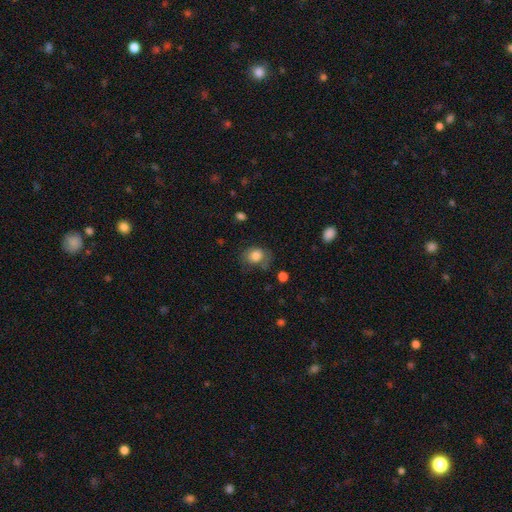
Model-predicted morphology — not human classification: smooth-or-featured: smooth: 78% | featured or disk: 13% | star or artifact: 9%
  how-rounded: round: 52% | in between: 47% | cigar-shaped: 1%
  merging: none: 58% | minor disturbance: 26% | major disturbance: 13% | merger: 3%